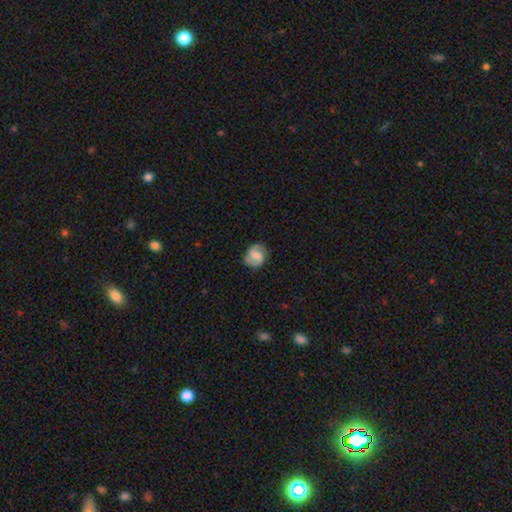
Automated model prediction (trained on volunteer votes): The model was most divided on "bulge size": moderate: 37%, small: 29%, none: 23%, large: 9%, dominant: 2%. Remaining: edge-on disk — no (98%); spiral arms — yes (93%); spiral arm count — 2 (89%); merging — none (81%); smooth or featured — featured or disk (69%); bar — weak (54%); spiral winding — medium (49%).